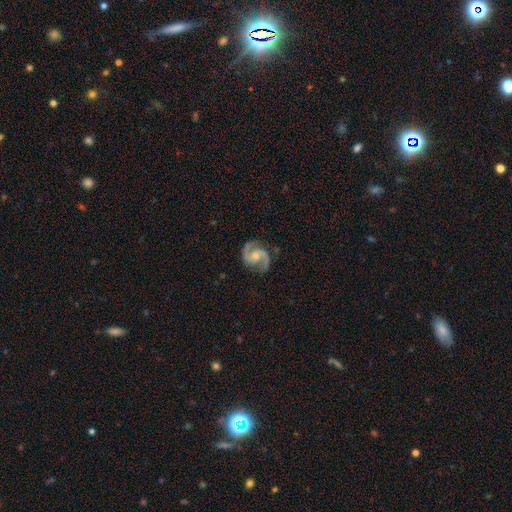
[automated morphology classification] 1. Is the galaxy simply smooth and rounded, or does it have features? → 92% featured or disk, 4% star or artifact, 4% smooth.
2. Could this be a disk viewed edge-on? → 98% no, 2% yes.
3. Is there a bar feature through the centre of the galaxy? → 55% no, 36% weak, 8% strong.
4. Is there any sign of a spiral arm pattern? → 98% yes, 2% no.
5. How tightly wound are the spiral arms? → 63% medium, 19% tight, 18% loose.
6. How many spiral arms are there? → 94% 2, 2% can't tell, 2% 3, 1% 1, 1% 4, 1% more than 4.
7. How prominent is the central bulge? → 48% small, 46% moderate, 3% none, 2% large, 1% dominant.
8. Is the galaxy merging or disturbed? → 82% none, 13% minor disturbance, 4% major disturbance, 1% merger.